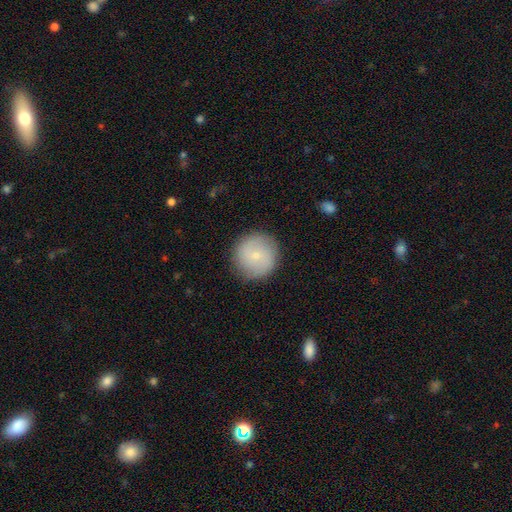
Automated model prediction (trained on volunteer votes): Smooth or featured? smooth (67%)
How rounded? round (95%)
Merging? none (87%)